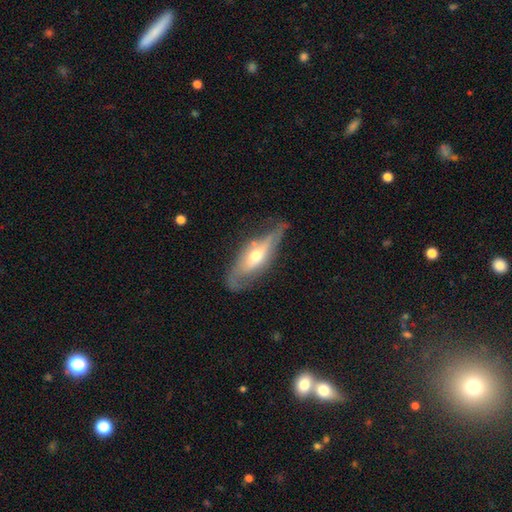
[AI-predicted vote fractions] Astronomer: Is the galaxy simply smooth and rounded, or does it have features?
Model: featured or disk — 64%.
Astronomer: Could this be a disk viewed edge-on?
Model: yes — 54% (runner-up: no, 46%).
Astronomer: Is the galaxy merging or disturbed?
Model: none — 55%.